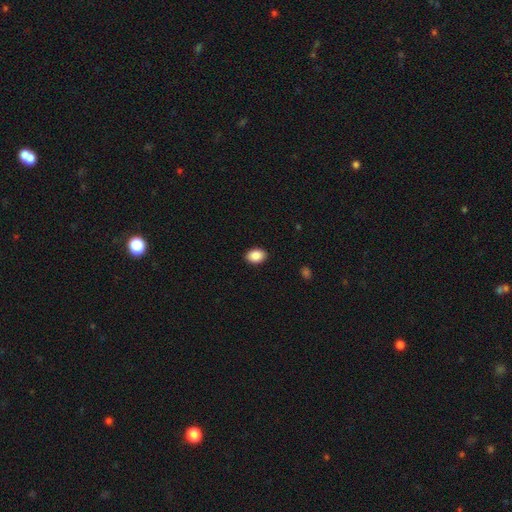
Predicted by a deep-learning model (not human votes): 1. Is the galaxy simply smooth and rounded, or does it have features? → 89% smooth, 7% star or artifact, 4% featured or disk.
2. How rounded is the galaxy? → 78% in between, 21% round, 1% cigar-shaped.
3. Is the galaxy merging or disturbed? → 90% none, 7% minor disturbance, 2% major disturbance, 1% merger.